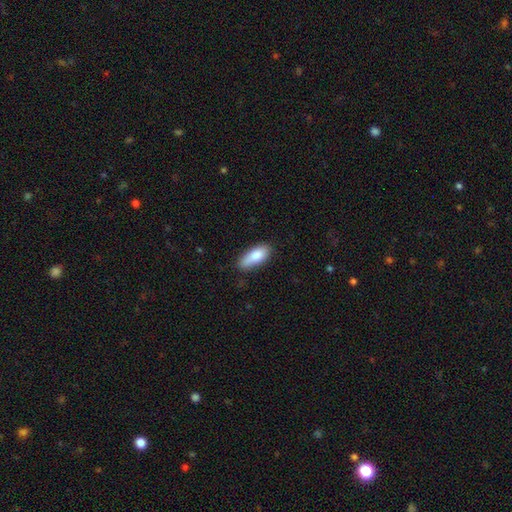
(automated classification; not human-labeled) Smooth or featured: smooth — 84% (featured or disk — 10%)
How rounded: in between — 77% (cigar-shaped — 21%)
Merging: none — 70% (minor disturbance — 23%)